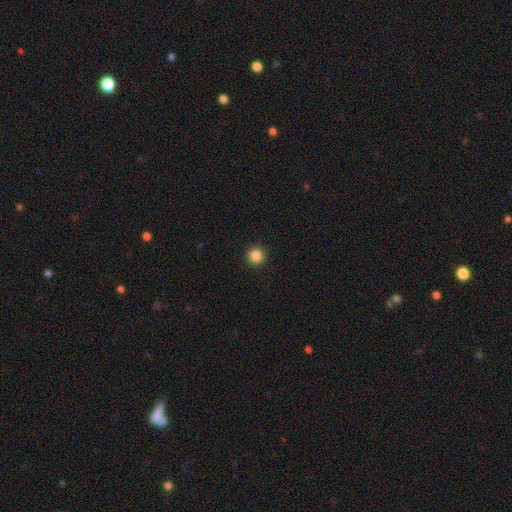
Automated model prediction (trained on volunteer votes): smooth_or_featured: smooth (p=0.87) [alt: star or artifact p=0.11]
how_rounded: round (p=0.95) [alt: in between p=0.04]
merging: none (p=0.93) [alt: minor disturbance p=0.05]